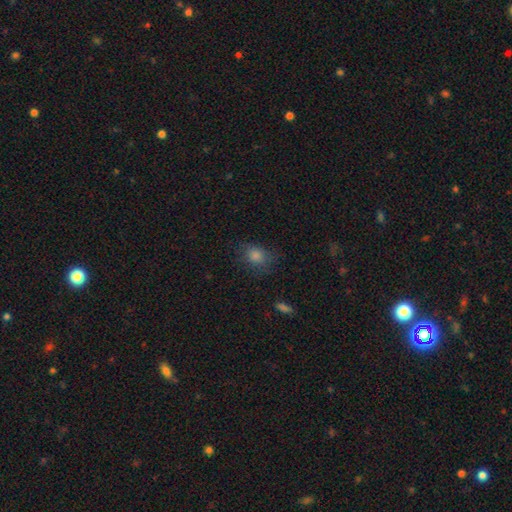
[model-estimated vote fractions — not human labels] This is likely a smooth galaxy (77%). How rounded: possibly round (54%). Merging: likely none (72%).